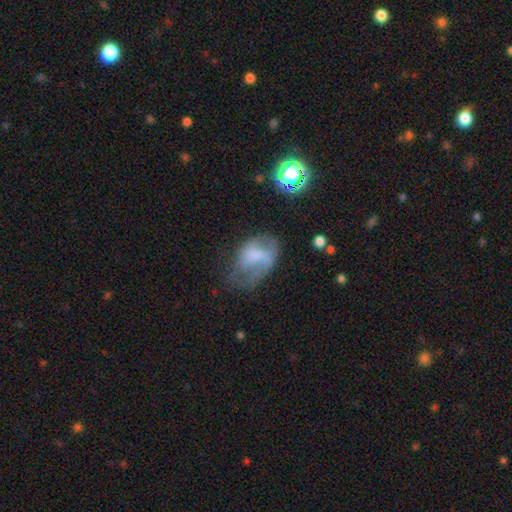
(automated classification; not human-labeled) Smooth or featured? featured or disk (45%)
Merging? major disturbance (40%)